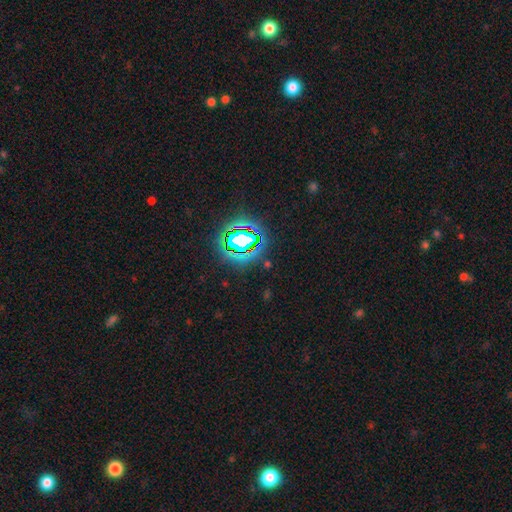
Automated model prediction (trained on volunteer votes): star or artifact 82%, smooth 11%, featured or disk 7%.